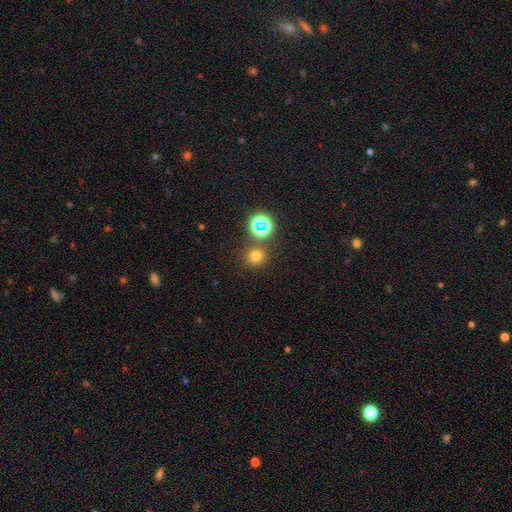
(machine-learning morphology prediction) Smooth or featured: smooth — 70% (star or artifact — 24%)
How rounded: round — 91% (in between — 9%)
Merging: none — 80% (merger — 10%)